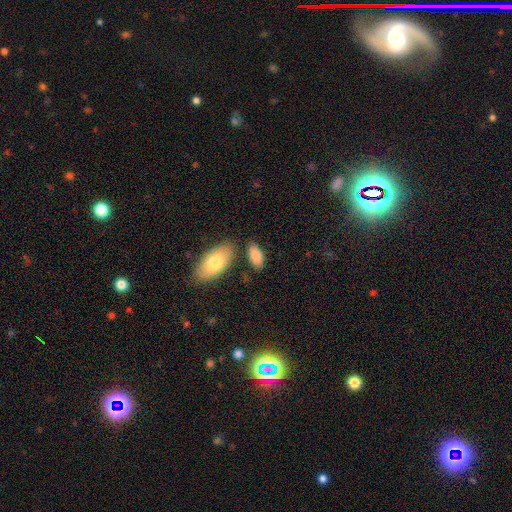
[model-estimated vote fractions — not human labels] smooth 84%, featured or disk 10%, star or artifact 6%. Down the decision tree: how rounded — in between (92%); merging — none (71%).